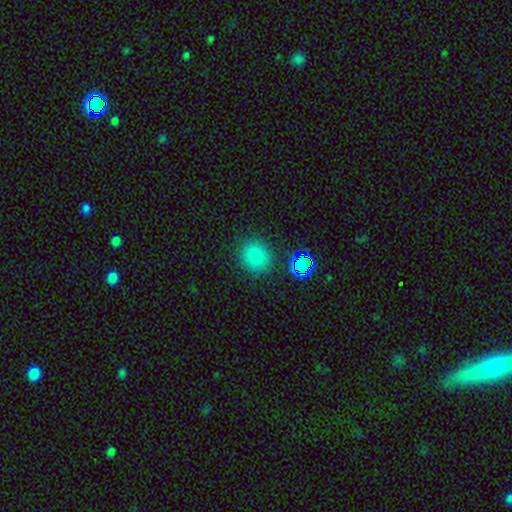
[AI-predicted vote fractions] This is likely a smooth galaxy (78%). How rounded: clearly round (89%). Merging: clearly none (87%).